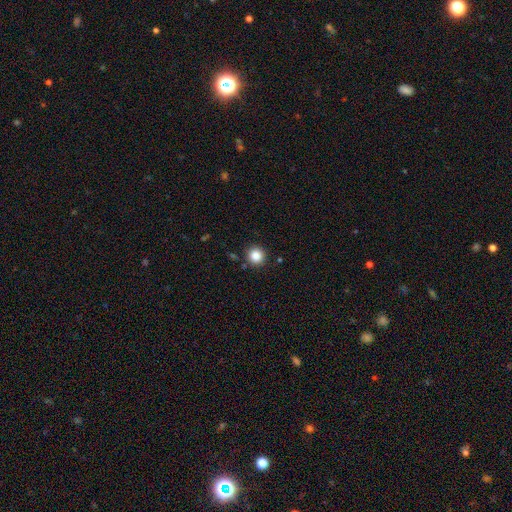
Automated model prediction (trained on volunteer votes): Q: Smooth or featured?
A: smooth (85%); runner-up: star or artifact (11%)
Q: How rounded?
A: round (94%); runner-up: in between (5%)
Q: Merging?
A: none (90%); runner-up: minor disturbance (6%)